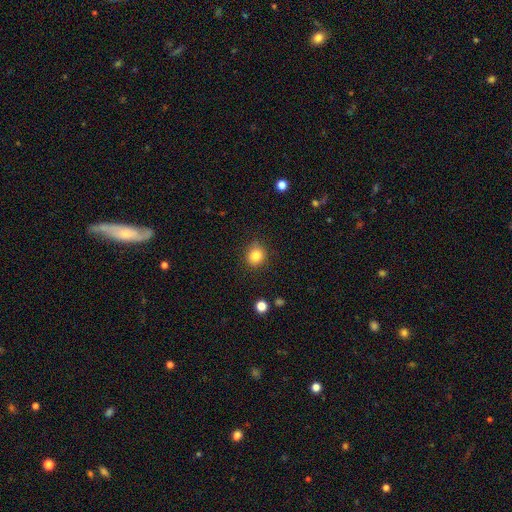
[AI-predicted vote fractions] A smooth galaxy with no disk features (83%) that is round (80%).

Vote fractions:
- Smooth or featured? smooth: 83% / star or artifact: 11% / featured or disk: 6%
- How rounded? round: 80% / in between: 19% / cigar-shaped: 1%
- Merging? none: 85% / minor disturbance: 11% / major disturbance: 3% / merger: 1%